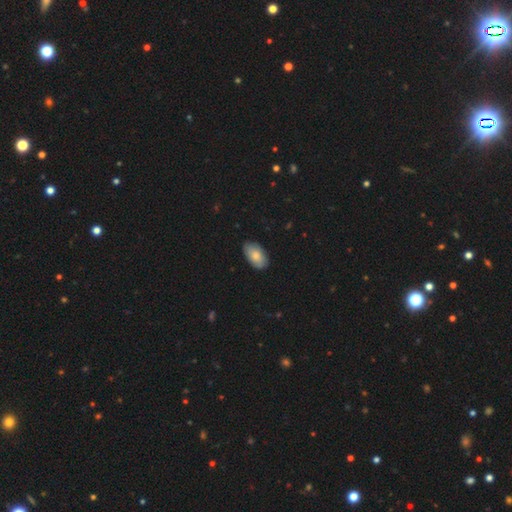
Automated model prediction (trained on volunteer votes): This is likely a smooth galaxy (79%). How rounded: clearly in between (94%). Merging: clearly none (82%).